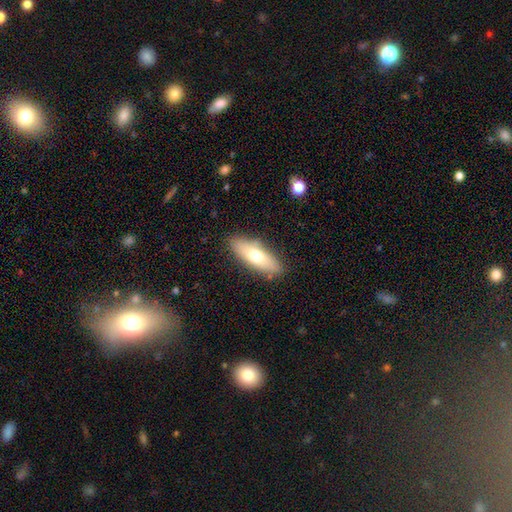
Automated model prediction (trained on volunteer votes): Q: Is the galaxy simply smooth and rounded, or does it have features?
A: smooth — 66%.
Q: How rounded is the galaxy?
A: in between — 56%.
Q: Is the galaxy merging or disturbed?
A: none — 85%.